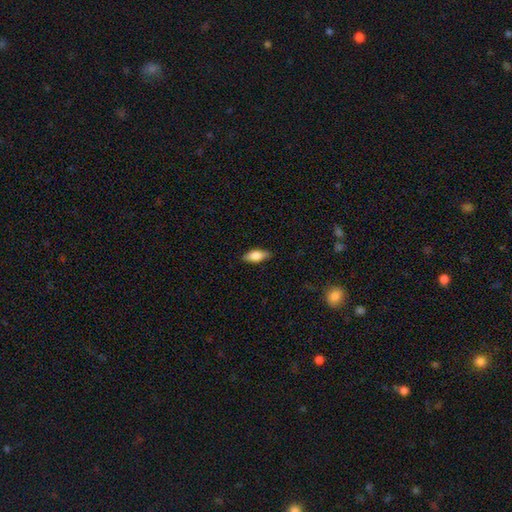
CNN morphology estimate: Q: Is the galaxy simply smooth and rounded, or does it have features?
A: smooth — 76%.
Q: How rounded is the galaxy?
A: in between — 79%.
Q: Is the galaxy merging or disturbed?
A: none — 84%.